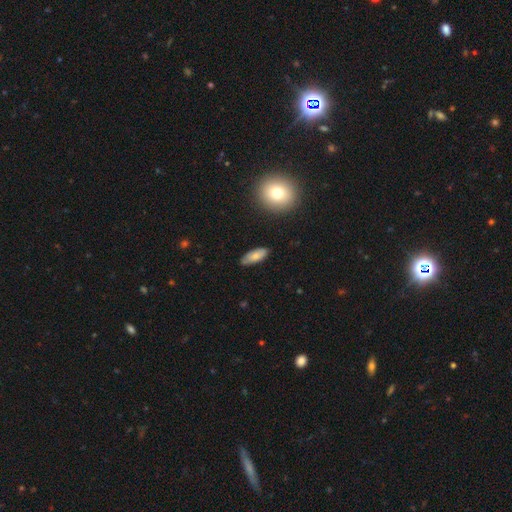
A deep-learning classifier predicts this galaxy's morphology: type=smooth (72%); roundness=in between (77%); merging=none (80%).